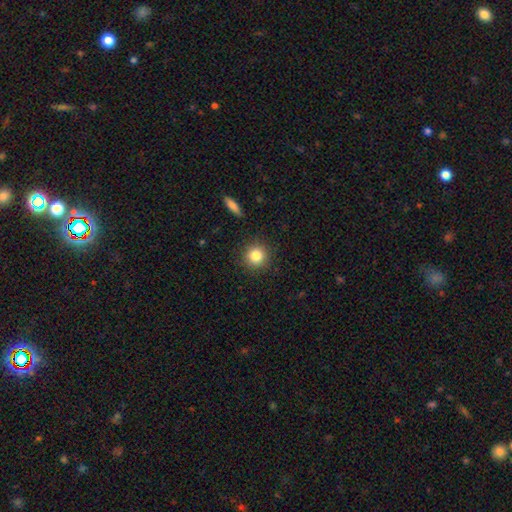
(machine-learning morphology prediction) A smooth galaxy with no disk features (83%) that is round (94%).

Vote fractions:
- Smooth or featured? smooth: 83% / star or artifact: 10% / featured or disk: 7%
- How rounded? round: 94% / in between: 5% / cigar-shaped: 1%
- Merging? none: 90% / minor disturbance: 6% / major disturbance: 2% / merger: 1%